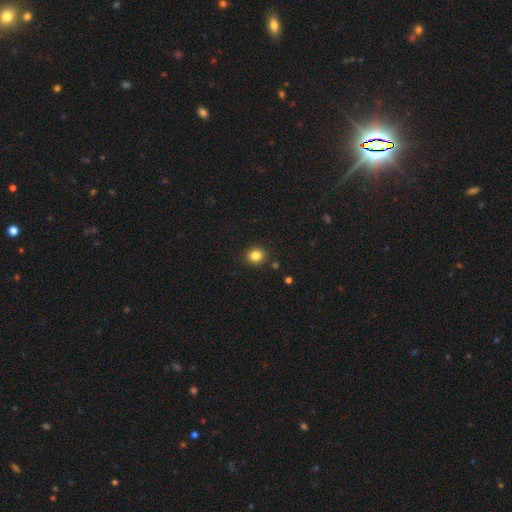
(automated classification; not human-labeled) This appears to be a smooth galaxy with no disk features (83%) that is round (83%). Merging: none (89%).